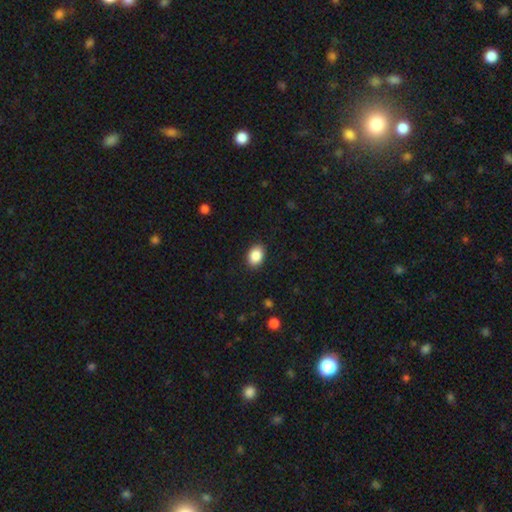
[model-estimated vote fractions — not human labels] Overall: smooth (88%). How rounded: in between (76%). Merging: none (89%).